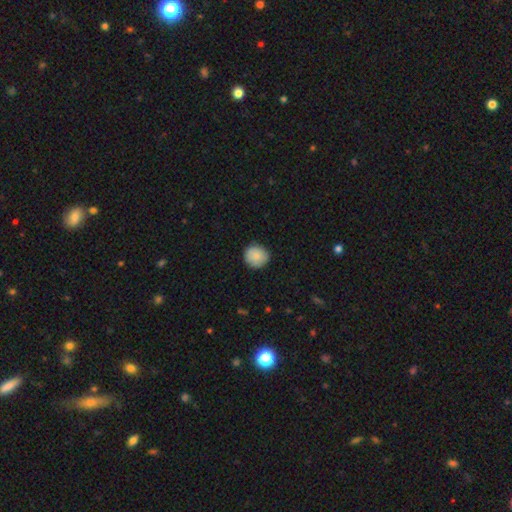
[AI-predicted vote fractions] Smooth or featured? Predicted: smooth (p=0.85). How rounded? Predicted: round (p=0.91). Merging? Predicted: none (p=0.87).